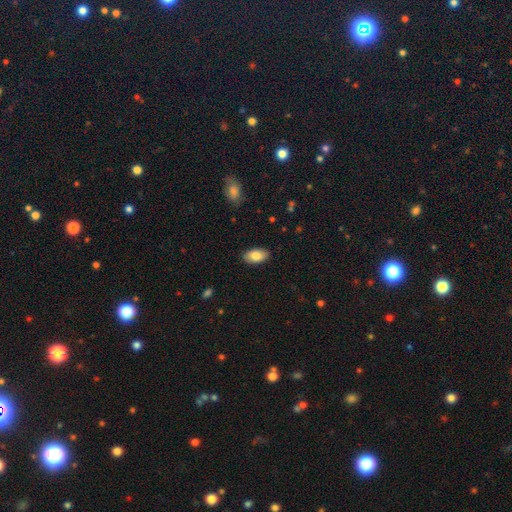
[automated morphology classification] This is clearly a smooth galaxy (81%). How rounded: clearly in between (94%). Merging: clearly none (87%).